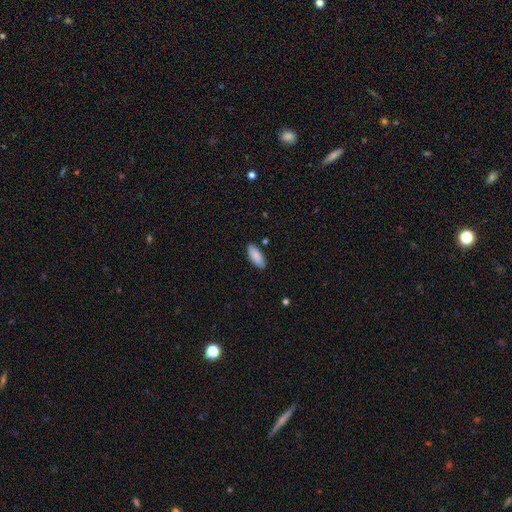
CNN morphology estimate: This is clearly a smooth galaxy (88%). How rounded: likely in between (79%). Merging: clearly none (86%).